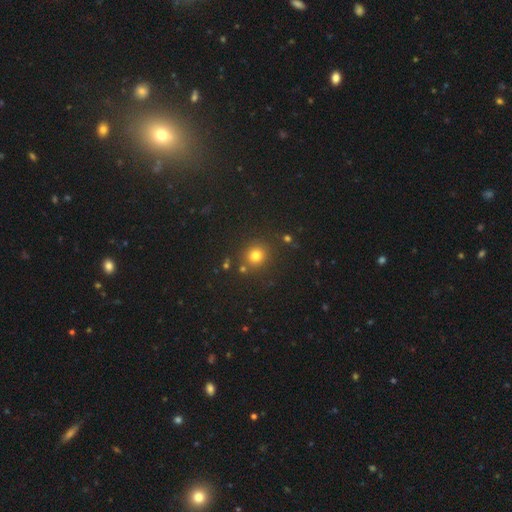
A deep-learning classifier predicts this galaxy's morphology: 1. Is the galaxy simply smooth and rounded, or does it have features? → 76% smooth, 18% star or artifact, 6% featured or disk.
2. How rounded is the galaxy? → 87% round, 12% in between, 1% cigar-shaped.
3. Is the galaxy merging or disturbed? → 84% none, 8% minor disturbance, 5% merger, 3% major disturbance.